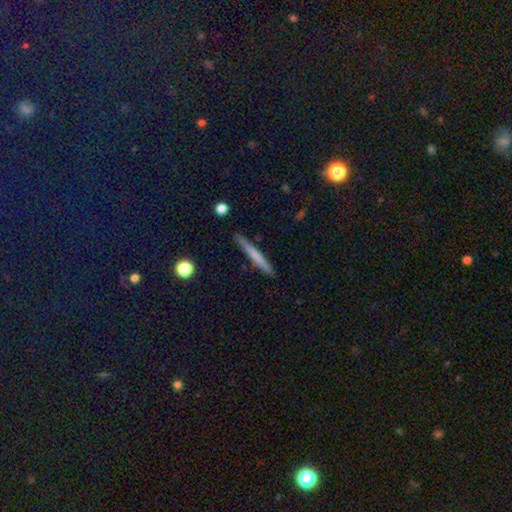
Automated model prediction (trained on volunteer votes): A smooth galaxy with no disk features (62%) that is cigar-shaped (96%).

Vote fractions:
- Smooth or featured? smooth: 62% / featured or disk: 32% / star or artifact: 6%
- How rounded? cigar-shaped: 96% / in between: 2% / round: 1%
- Merging? none: 87% / minor disturbance: 9% / major disturbance: 2% / merger: 2%